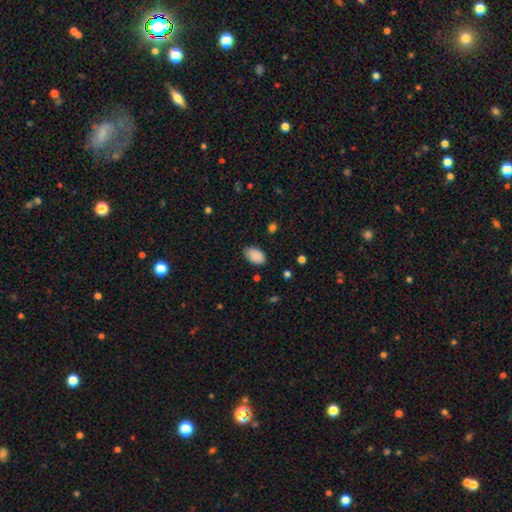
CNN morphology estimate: smooth 89%, star or artifact 7%, featured or disk 4%. Down the decision tree: how rounded — in between (91%); merging — none (76%).